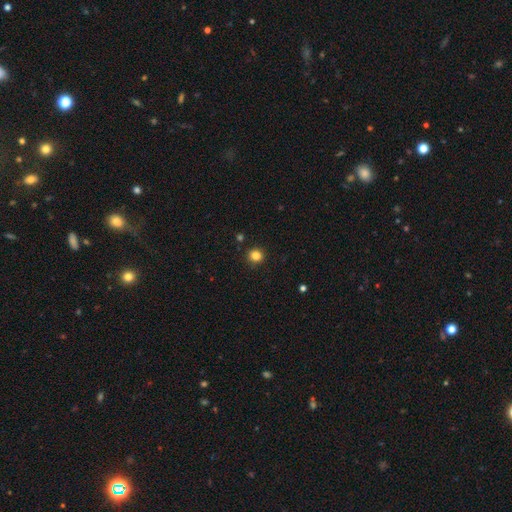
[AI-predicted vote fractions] smooth 84%, star or artifact 12%, featured or disk 4%. Down the decision tree: how rounded — round (91%); merging — none (91%).